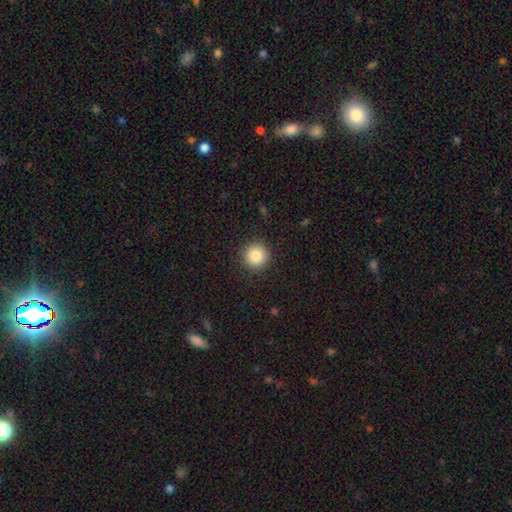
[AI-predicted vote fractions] The model was most divided on "smooth or featured": smooth: 85%, star or artifact: 10%, featured or disk: 5%. More confident: how rounded — round (95%); merging — none (92%).